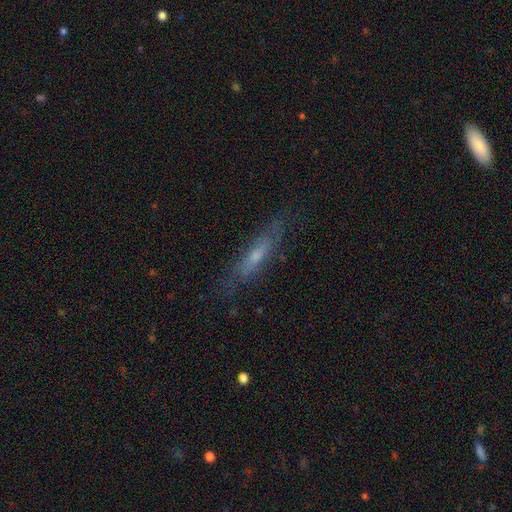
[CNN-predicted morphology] type=featured or disk (55%); edge-on=yes (62%); merging=none (77%).